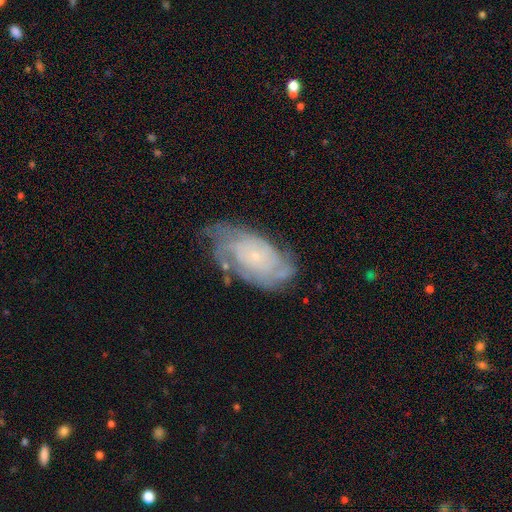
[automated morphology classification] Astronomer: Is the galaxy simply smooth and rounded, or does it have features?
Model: featured or disk — 78%.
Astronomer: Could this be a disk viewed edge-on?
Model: no — 95%.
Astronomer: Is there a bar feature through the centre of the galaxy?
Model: no — 77%.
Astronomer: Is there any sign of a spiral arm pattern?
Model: yes — 93%.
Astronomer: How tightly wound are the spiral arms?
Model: tight — 68%.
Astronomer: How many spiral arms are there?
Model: can't tell — 41% (runner-up: 2, 16%).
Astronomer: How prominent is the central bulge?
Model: small — 80%.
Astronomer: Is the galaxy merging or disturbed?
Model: none — 67%.